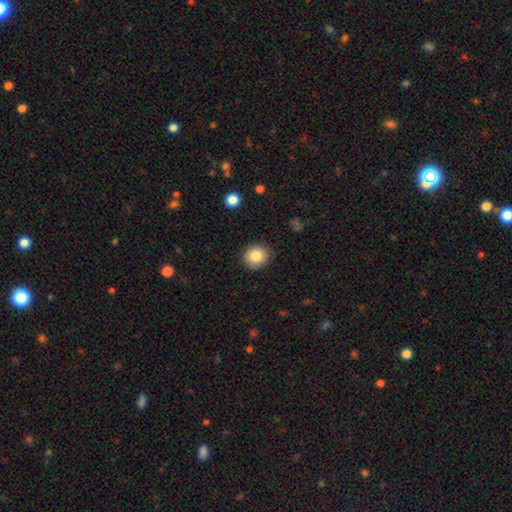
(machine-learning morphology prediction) Smooth or featured: smooth — 84% (star or artifact — 9%)
How rounded: round — 85% (in between — 14%)
Merging: none — 88% (minor disturbance — 9%)